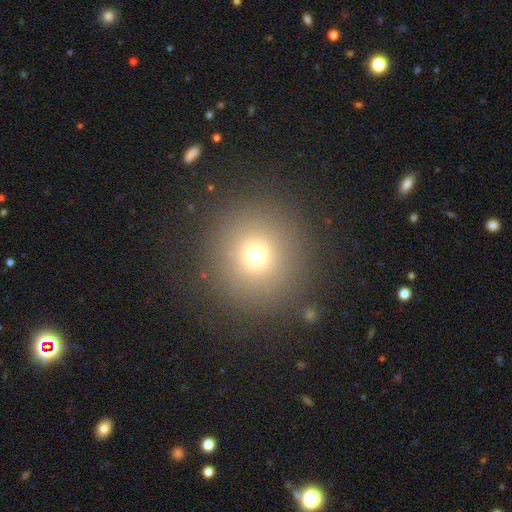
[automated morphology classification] smooth 70%, star or artifact 20%, featured or disk 10%. Down the decision tree: how rounded — round (94%); merging — none (88%).